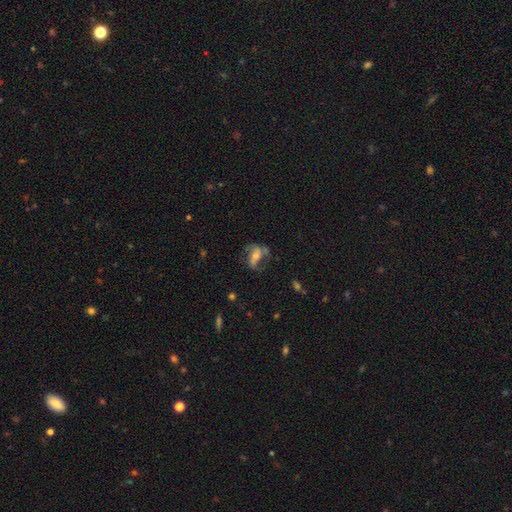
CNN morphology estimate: Q: Smooth or featured?
A: featured or disk (71%); runner-up: smooth (20%)
Q: Edge-on disk?
A: no (95%); runner-up: yes (5%)
Q: Bar?
A: no (37%); runner-up: weak (33%)
Q: Spiral arms?
A: yes (84%); runner-up: no (16%)
Q: Spiral winding?
A: medium (47%); runner-up: loose (36%)
Q: Spiral arm count?
A: 2 (77%); runner-up: can't tell (10%)
Q: Bulge size?
A: moderate (50%); runner-up: small (39%)
Q: Merging?
A: none (54%); runner-up: major disturbance (22%)